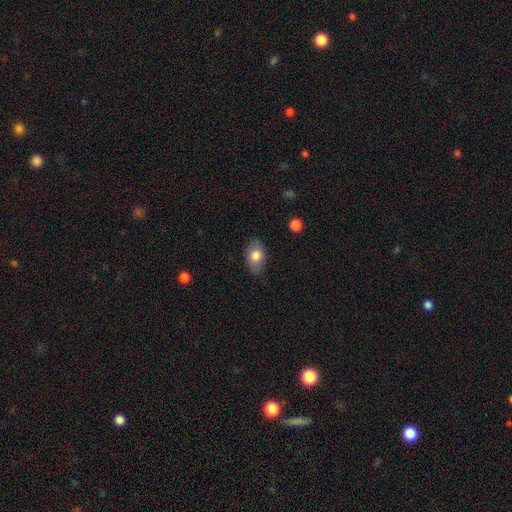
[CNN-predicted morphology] Q: Smooth or featured?
A: smooth (78%); runner-up: featured or disk (15%)
Q: How rounded?
A: in between (87%); runner-up: round (12%)
Q: Merging?
A: none (78%); runner-up: minor disturbance (17%)